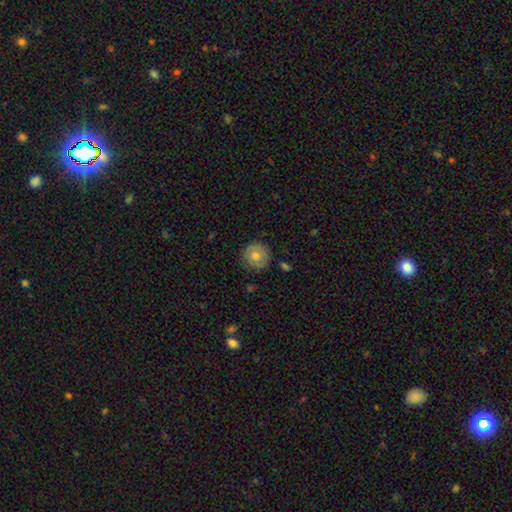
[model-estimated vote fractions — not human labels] A smooth galaxy with no disk features (67%) that is round (94%). Merging: none (84%).